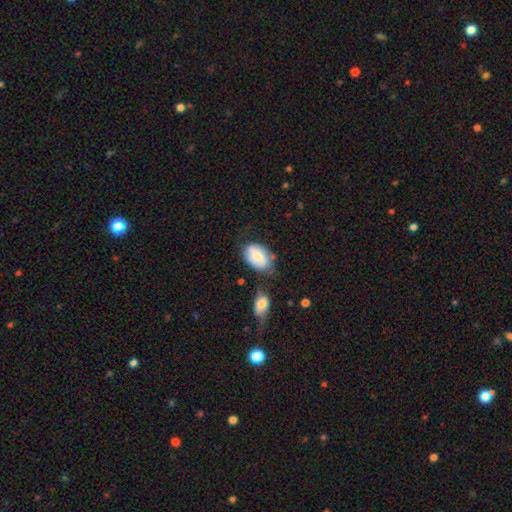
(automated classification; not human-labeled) The model was most divided on "merging": none: 52%, minor disturbance: 26%, merger: 15%, major disturbance: 8%. More confident: how rounded — in between (85%); smooth or featured — smooth (66%).